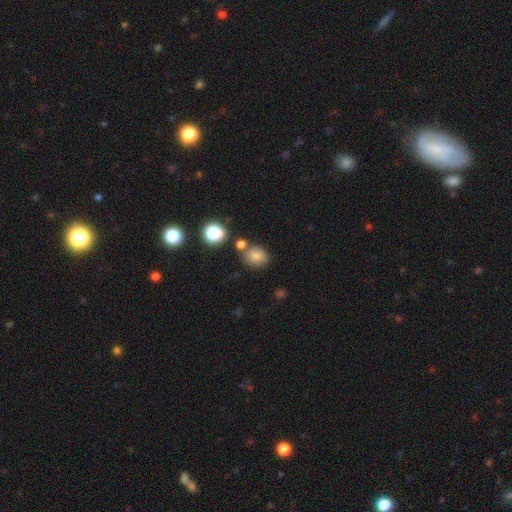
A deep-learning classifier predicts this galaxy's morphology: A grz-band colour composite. It shows a smooth galaxy with no disk features (79%) that is round (59%). Merging: none (69%).